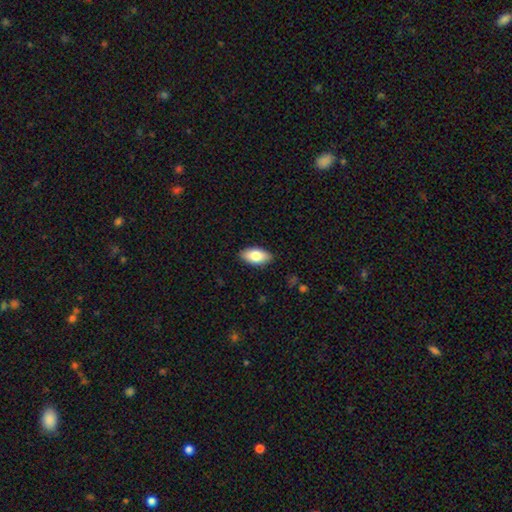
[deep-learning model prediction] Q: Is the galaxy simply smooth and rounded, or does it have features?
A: smooth — 82%.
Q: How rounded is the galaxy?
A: in between — 94%.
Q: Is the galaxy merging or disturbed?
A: none — 88%.